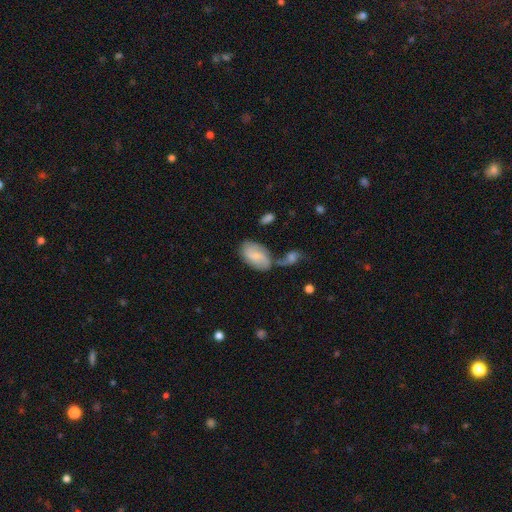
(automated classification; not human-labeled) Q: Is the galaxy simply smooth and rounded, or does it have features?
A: smooth — 56%.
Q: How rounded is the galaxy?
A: in between — 93%.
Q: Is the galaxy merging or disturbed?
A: none — 45%.